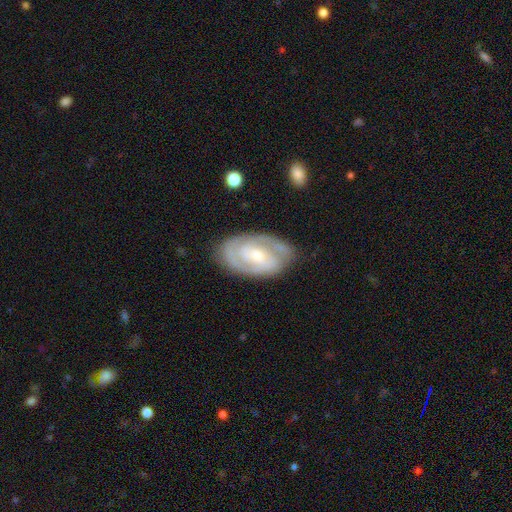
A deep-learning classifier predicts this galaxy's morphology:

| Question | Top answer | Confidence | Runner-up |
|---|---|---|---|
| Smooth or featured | featured or disk | 83% | smooth (13%) |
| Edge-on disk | no | 96% | yes (4%) |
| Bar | weak | 43% | no (40%) |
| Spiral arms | yes | 92% | no (8%) |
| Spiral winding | tight | 61% | medium (32%) |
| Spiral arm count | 2 | 70% | can't tell (16%) |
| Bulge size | small | 59% | moderate (35%) |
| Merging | none | 78% | minor disturbance (16%) |